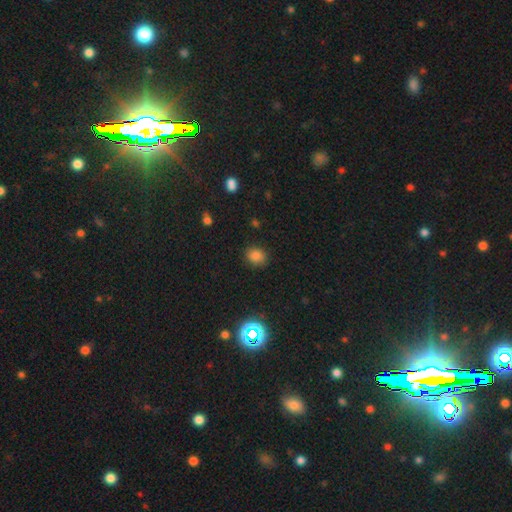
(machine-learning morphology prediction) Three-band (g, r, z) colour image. It shows a smooth galaxy with no disk features (80%) that is round (58%). Merging: none (86%).